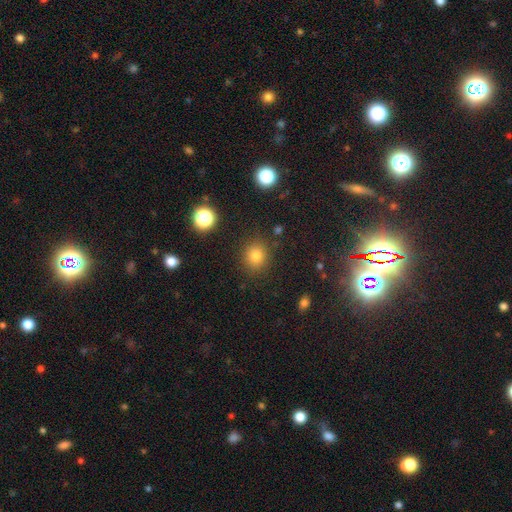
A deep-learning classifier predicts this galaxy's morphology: A smooth galaxy with no disk features (79%) that is round (80%).

Vote fractions:
- Smooth or featured? smooth: 79% / star or artifact: 15% / featured or disk: 6%
- How rounded? round: 80% / in between: 19% / cigar-shaped: 1%
- Merging? none: 87% / minor disturbance: 8% / major disturbance: 3% / merger: 2%